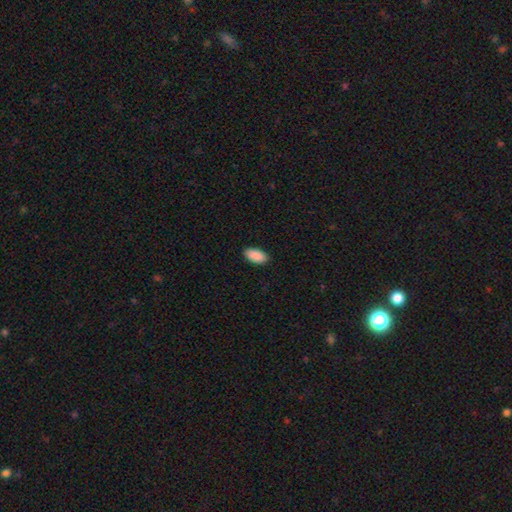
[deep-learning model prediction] Smooth or featured? Predicted: smooth (p=0.91). How rounded? Predicted: in between (p=0.95). Merging? Predicted: none (p=0.89).